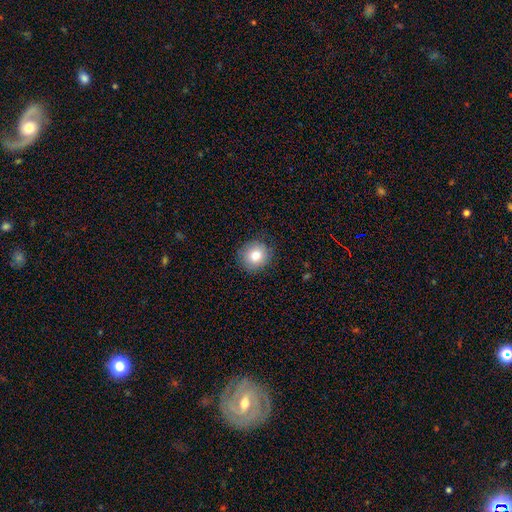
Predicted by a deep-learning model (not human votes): Q: Smooth or featured?
A: smooth (82%); runner-up: star or artifact (9%)
Q: How rounded?
A: round (88%); runner-up: in between (11%)
Q: Merging?
A: none (85%); runner-up: minor disturbance (11%)